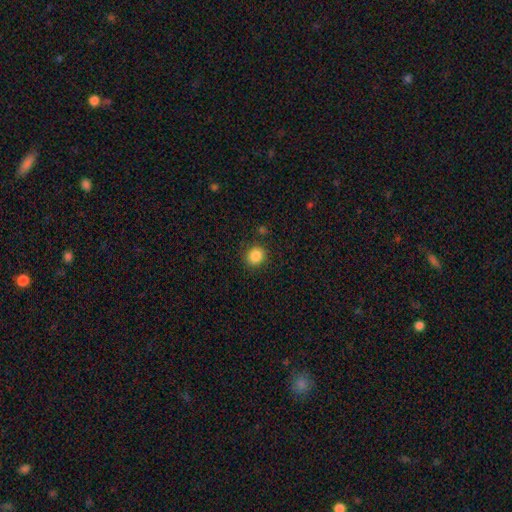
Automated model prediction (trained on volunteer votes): This is clearly a smooth galaxy (86%). How rounded: clearly round (82%). Merging: clearly none (88%).